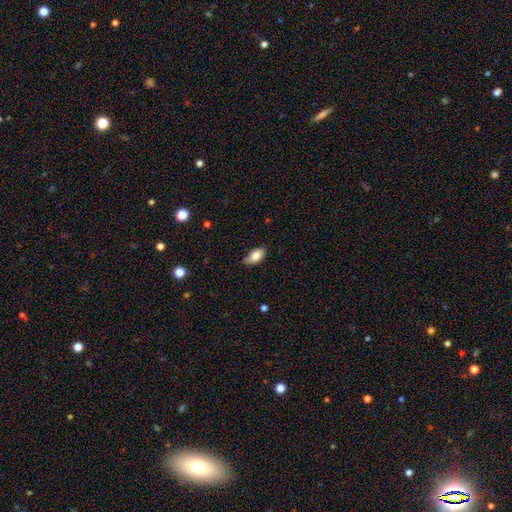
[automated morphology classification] Q: Smooth or featured?
A: smooth (82%); runner-up: featured or disk (10%)
Q: How rounded?
A: in between (91%); runner-up: round (4%)
Q: Merging?
A: none (71%); runner-up: minor disturbance (24%)